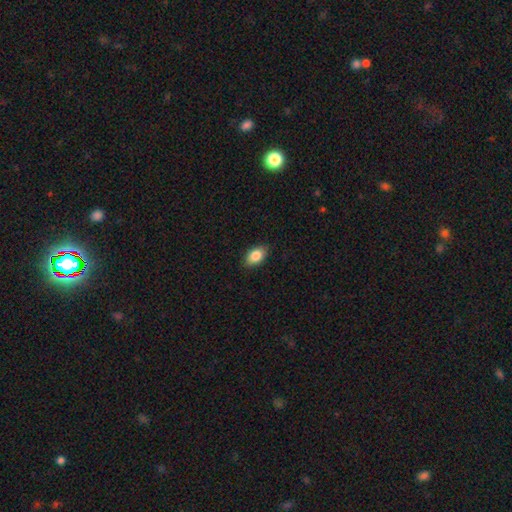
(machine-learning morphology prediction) Smooth or featured? smooth (85%)
How rounded? in between (90%)
Merging? none (87%)